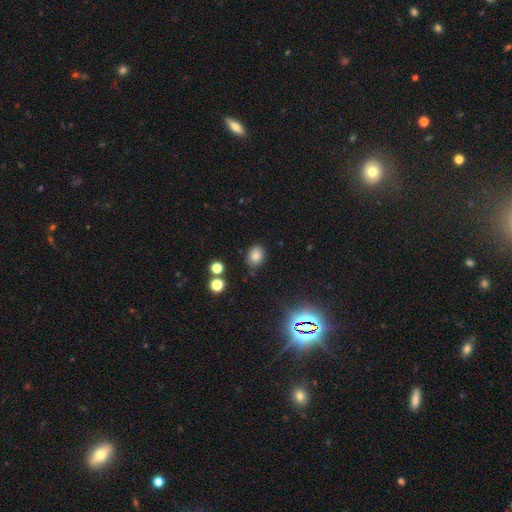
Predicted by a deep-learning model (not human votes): This is clearly a smooth galaxy (81%). How rounded: possibly in between (57%). Merging: clearly none (81%).